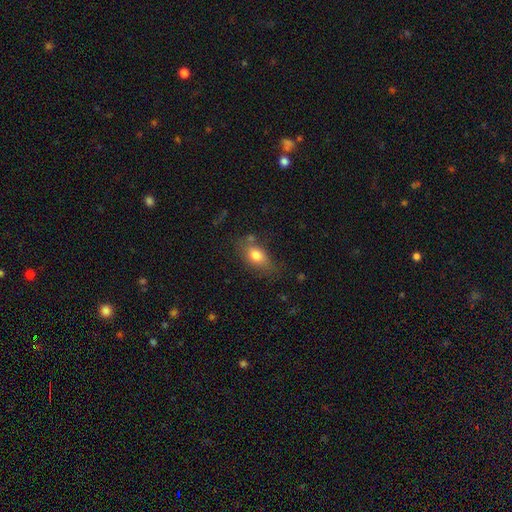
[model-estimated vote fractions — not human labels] This appears to be a smooth galaxy with no disk features (77%) that is in between round and cigar-shaped (80%). Merging: none (65%).